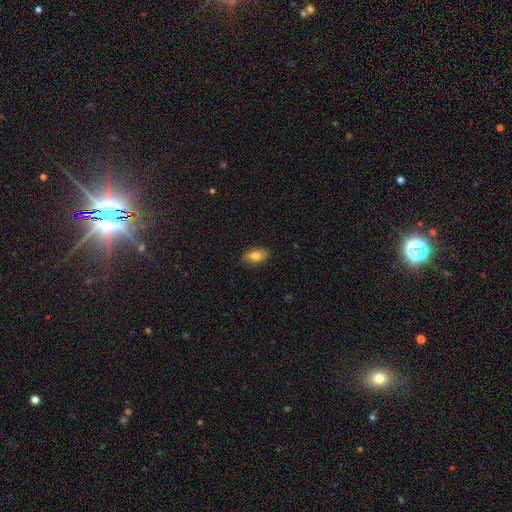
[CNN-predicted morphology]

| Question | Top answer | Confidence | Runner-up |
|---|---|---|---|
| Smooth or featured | smooth | 80% | featured or disk (13%) |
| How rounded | in between | 91% | round (5%) |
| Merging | none | 86% | minor disturbance (11%) |